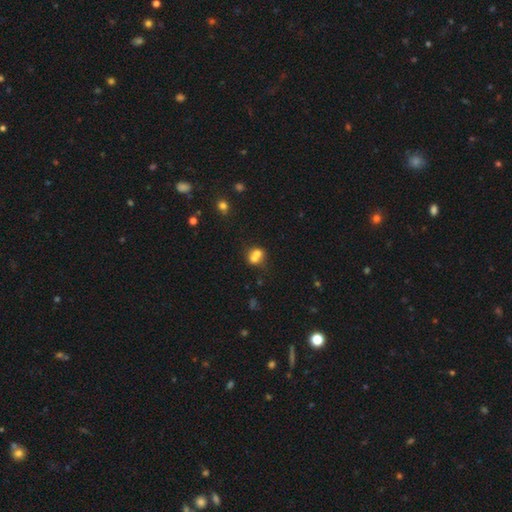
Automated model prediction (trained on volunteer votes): The model was most divided on "merging": merger: 64%, none: 27%, minor disturbance: 6%, major disturbance: 3%. More confident: how rounded — round (71%); smooth or featured — smooth (67%).